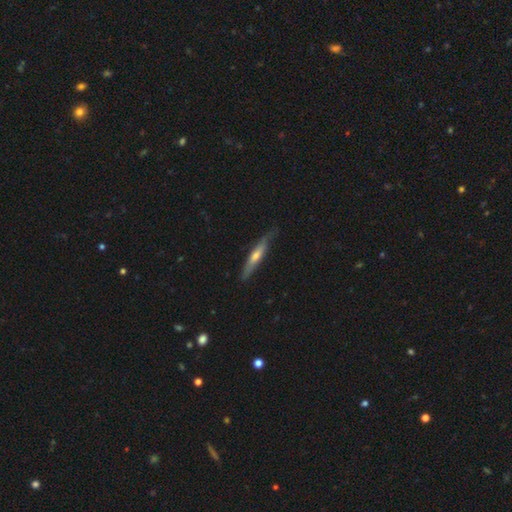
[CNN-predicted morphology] smooth_or_featured: featured or disk (p=0.55) [alt: smooth p=0.40]
disk_edge_on: yes (p=0.88) [alt: no p=0.12]
merging: none (p=0.76) [alt: minor disturbance p=0.20]